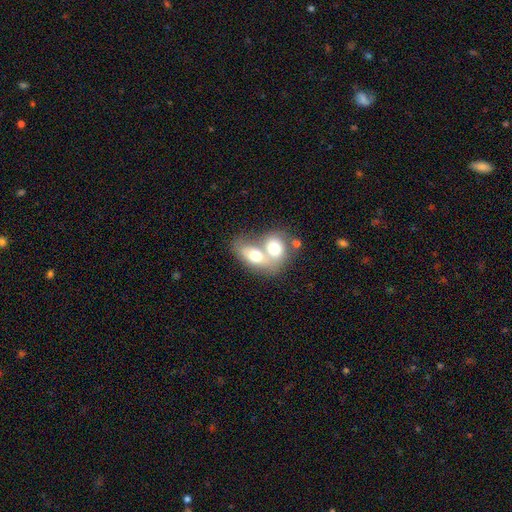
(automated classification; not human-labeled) Q: Smooth or featured?
A: smooth (65%); runner-up: featured or disk (28%)
Q: How rounded?
A: in between (74%); runner-up: round (24%)
Q: Merging?
A: merger (76%); runner-up: none (15%)